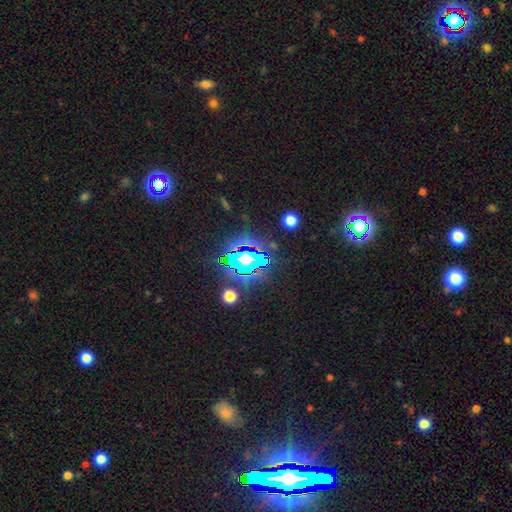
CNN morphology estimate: star or artifact 84%, smooth 9%, featured or disk 7%.